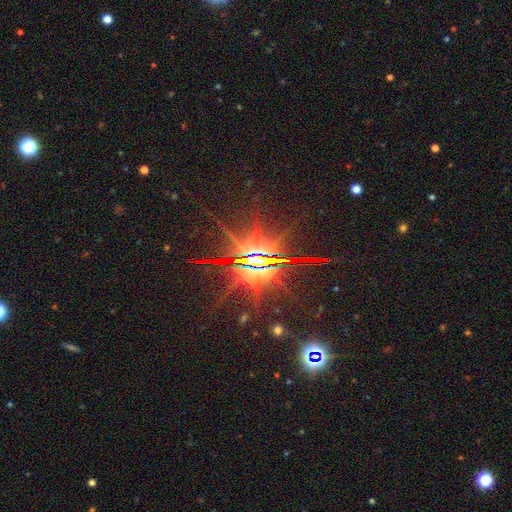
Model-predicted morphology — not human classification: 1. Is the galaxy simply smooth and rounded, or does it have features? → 76% star or artifact, 17% featured or disk, 7% smooth.